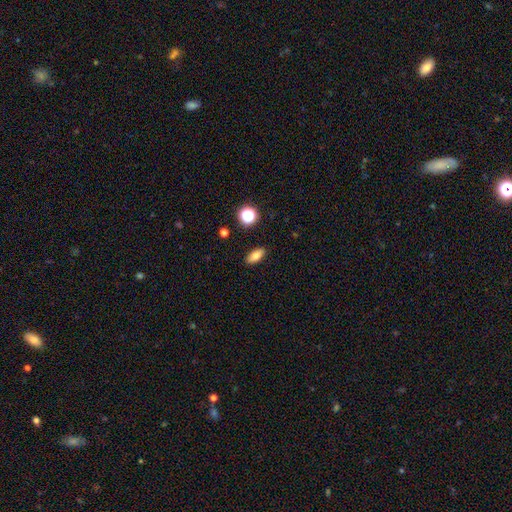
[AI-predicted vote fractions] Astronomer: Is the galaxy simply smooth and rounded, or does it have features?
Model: smooth — 81%.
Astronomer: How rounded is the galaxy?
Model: in between — 79%.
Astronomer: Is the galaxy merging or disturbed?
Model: none — 89%.